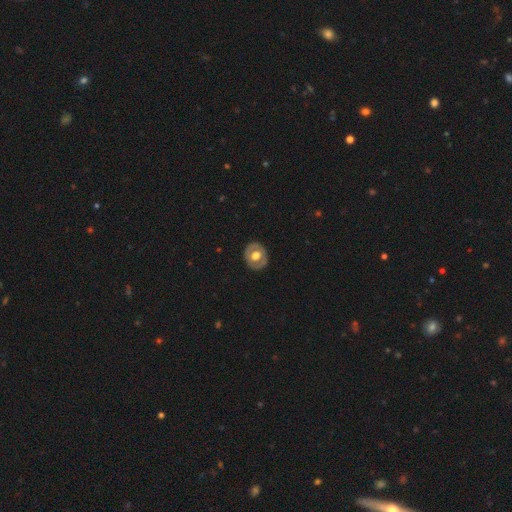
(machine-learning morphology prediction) type=featured or disk (53%); edge-on=no (94%); merging=none (85%).